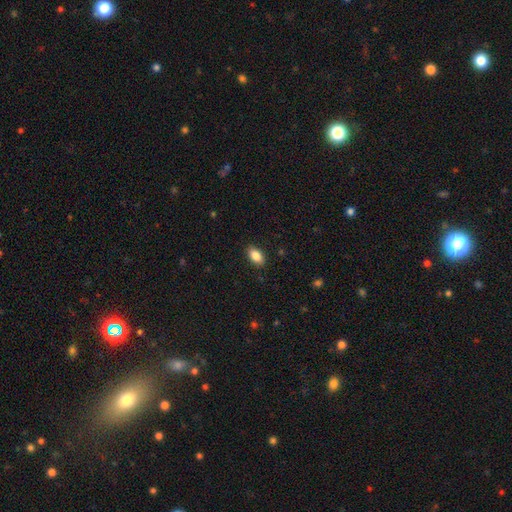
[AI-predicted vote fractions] A smooth galaxy with no disk features (88%) that is in between round and cigar-shaped (92%). Merging: none (88%).